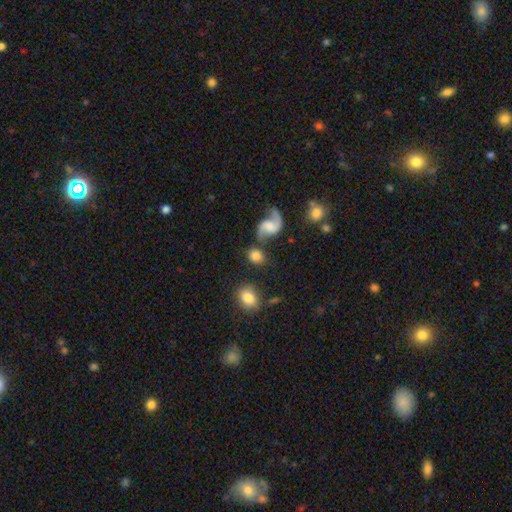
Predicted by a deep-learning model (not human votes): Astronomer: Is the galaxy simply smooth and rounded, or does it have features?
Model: smooth — 63%.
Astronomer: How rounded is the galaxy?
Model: round — 62%.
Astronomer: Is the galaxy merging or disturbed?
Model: none — 61%.